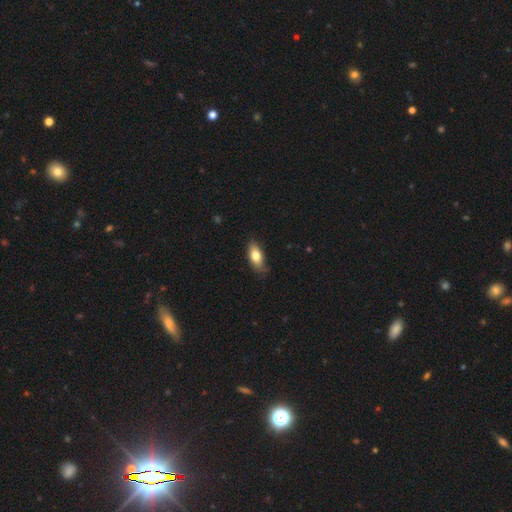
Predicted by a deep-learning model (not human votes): A smooth galaxy with no disk features (76%) that is in between round and cigar-shaped (84%). Merging: none (71%).